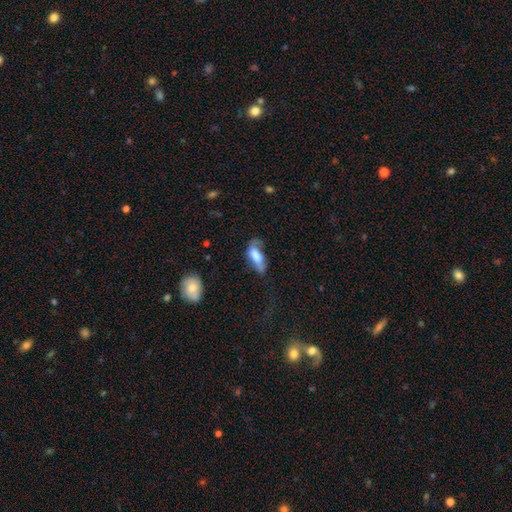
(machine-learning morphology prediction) A smooth galaxy with no disk features (60%) that is in between round and cigar-shaped (73%).

Vote fractions:
- Smooth or featured? smooth: 60% / featured or disk: 31% / star or artifact: 8%
- How rounded? in between: 73% / cigar-shaped: 25% / round: 3%
- Merging? none: 35% / major disturbance: 31% / minor disturbance: 29% / merger: 5%